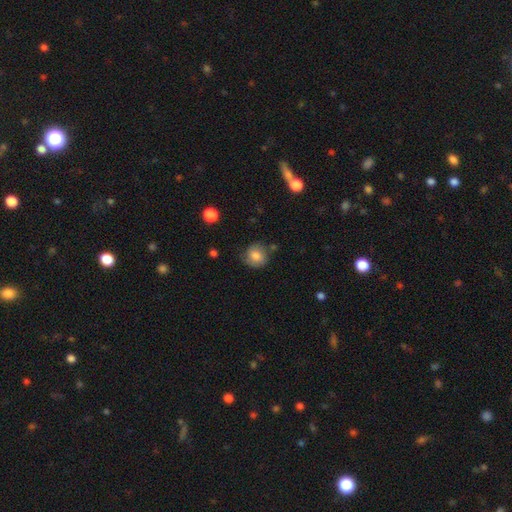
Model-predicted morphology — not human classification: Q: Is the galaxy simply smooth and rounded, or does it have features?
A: smooth — 72%.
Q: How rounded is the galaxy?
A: round — 81%.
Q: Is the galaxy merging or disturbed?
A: none — 67%.